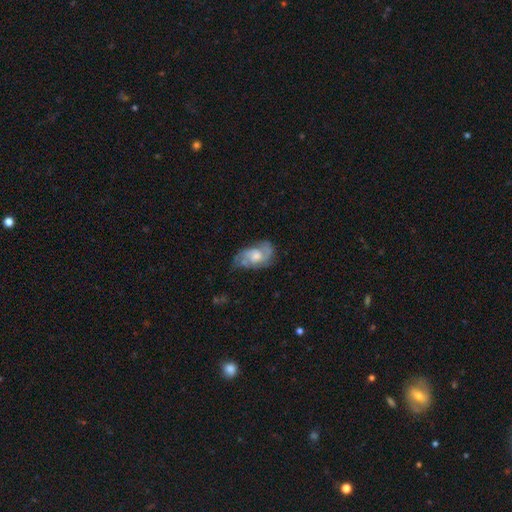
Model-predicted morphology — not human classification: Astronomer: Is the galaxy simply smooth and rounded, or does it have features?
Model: featured or disk — 71%.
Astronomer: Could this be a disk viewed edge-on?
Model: no — 96%.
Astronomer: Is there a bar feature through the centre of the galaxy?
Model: no — 66%.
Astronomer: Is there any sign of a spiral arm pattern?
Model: yes — 89%.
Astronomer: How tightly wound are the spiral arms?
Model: medium — 46% (runner-up: tight, 34%).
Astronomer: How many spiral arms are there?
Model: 2 — 56%.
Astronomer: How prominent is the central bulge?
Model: moderate — 53%.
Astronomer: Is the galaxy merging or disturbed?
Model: none — 52% (runner-up: minor disturbance, 30%).